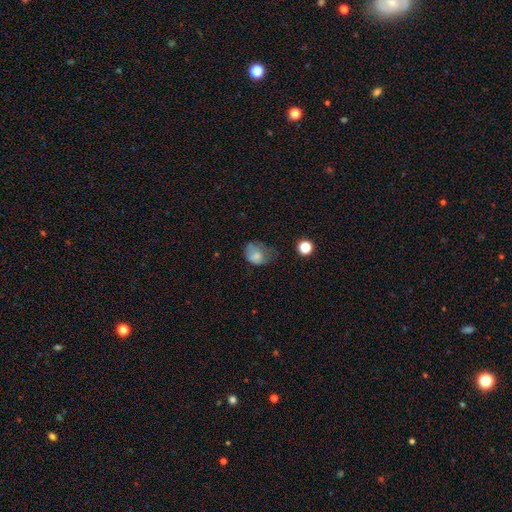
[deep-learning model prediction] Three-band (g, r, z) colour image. It shows a smooth galaxy with no disk features (73%) that is in between round and cigar-shaped (60%). Merging: minor disturbance (35%).